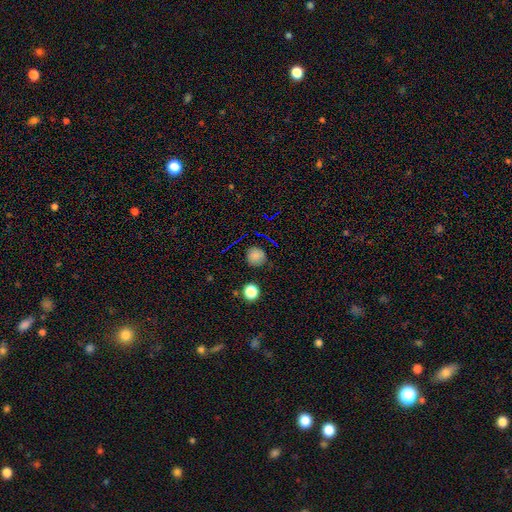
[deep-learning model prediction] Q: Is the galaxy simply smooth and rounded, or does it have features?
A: smooth — 76%.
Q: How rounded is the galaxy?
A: round — 91%.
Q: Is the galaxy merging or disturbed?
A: none — 81%.